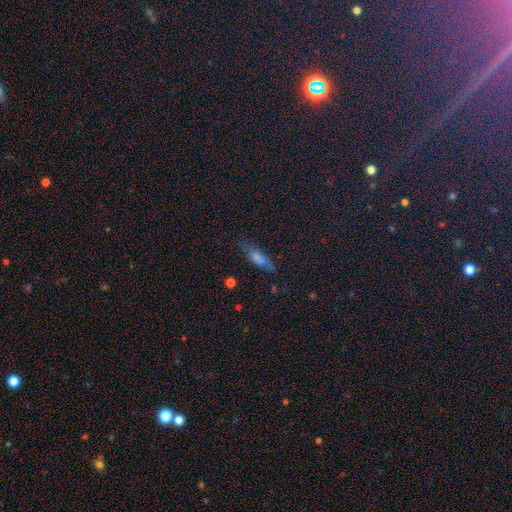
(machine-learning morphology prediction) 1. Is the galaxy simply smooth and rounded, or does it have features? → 49% smooth, 26% star or artifact, 24% featured or disk.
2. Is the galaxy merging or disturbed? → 72% none, 19% minor disturbance, 6% major disturbance, 3% merger.